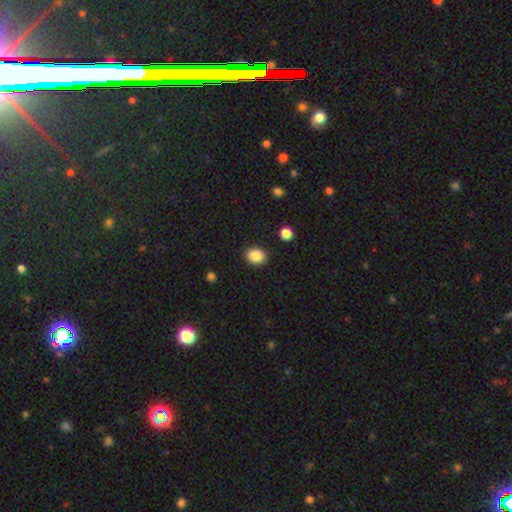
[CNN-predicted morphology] This appears to be a smooth galaxy with no disk features (87%) that is round (53%). Merging: none (90%).